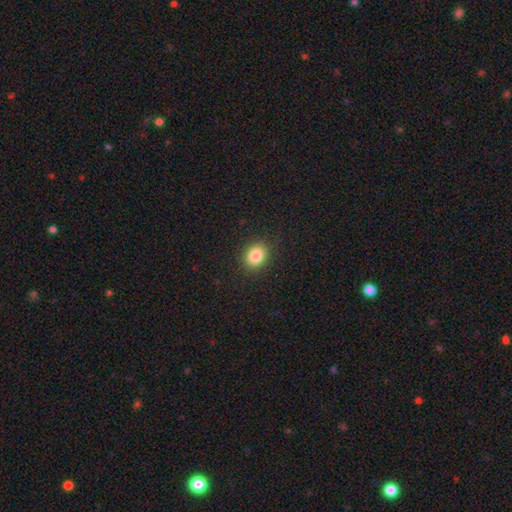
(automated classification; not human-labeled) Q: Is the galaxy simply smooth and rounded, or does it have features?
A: smooth — 85%.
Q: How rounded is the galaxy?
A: round — 60%.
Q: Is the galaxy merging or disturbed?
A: none — 89%.